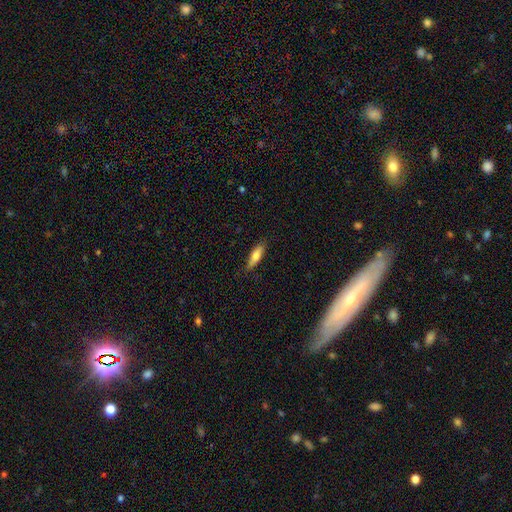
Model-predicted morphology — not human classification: Smooth or featured: smooth — 74% (featured or disk — 20%)
How rounded: cigar-shaped — 51% (in between — 47%)
Merging: none — 80% (minor disturbance — 16%)